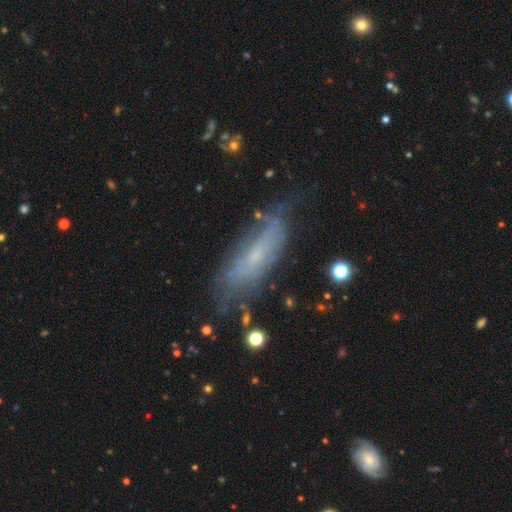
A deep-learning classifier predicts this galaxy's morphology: Smooth or featured? featured or disk (48%)
Merging? none (61%)